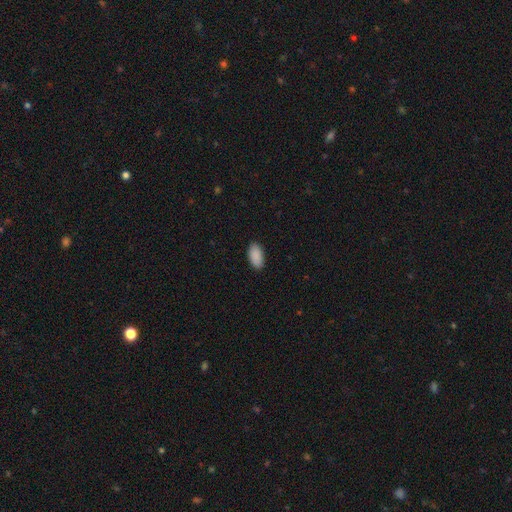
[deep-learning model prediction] A smooth galaxy with no disk features (90%) that is in between round and cigar-shaped (94%). Merging: none (89%).